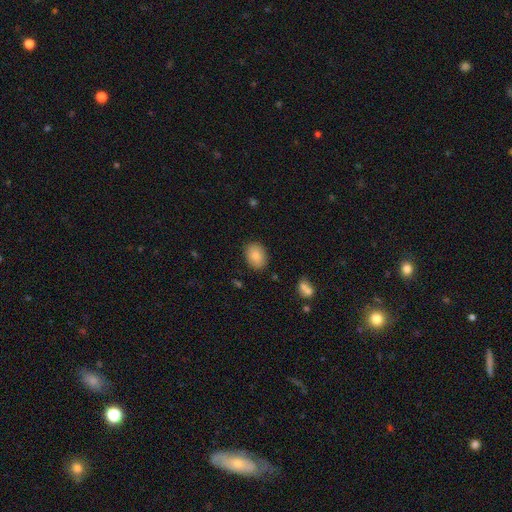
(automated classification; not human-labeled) A smooth galaxy with no disk features (85%) that is in between round and cigar-shaped (71%). Merging: none (86%).